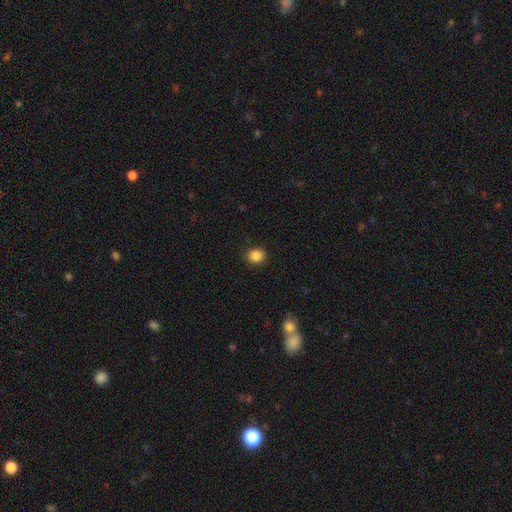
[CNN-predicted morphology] Smooth or featured? Predicted: smooth (p=0.87). How rounded? Predicted: round (p=0.77). Merging? Predicted: none (p=0.89).